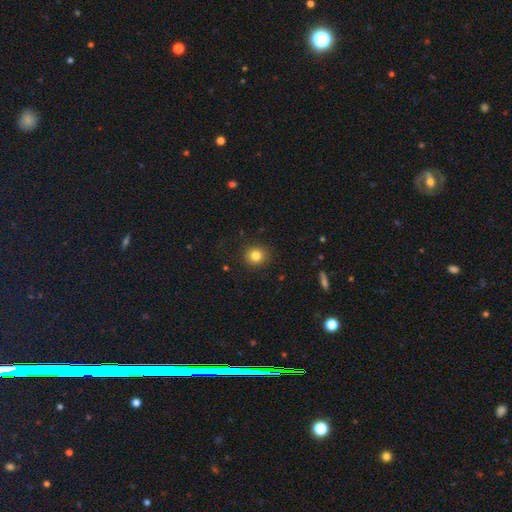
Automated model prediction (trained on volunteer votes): A smooth galaxy with no disk features (82%) that is round (88%).

Vote fractions:
- Smooth or featured? smooth: 82% / star or artifact: 11% / featured or disk: 6%
- How rounded? round: 88% / in between: 11% / cigar-shaped: 1%
- Merging? none: 90% / minor disturbance: 7% / major disturbance: 2% / merger: 1%